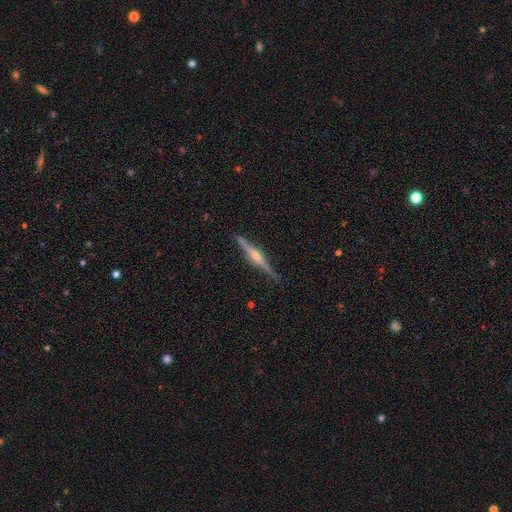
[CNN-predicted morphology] type=featured or disk (85%); edge-on=yes (98%); edge-on bulge=rounded (90%); merging=none (90%).